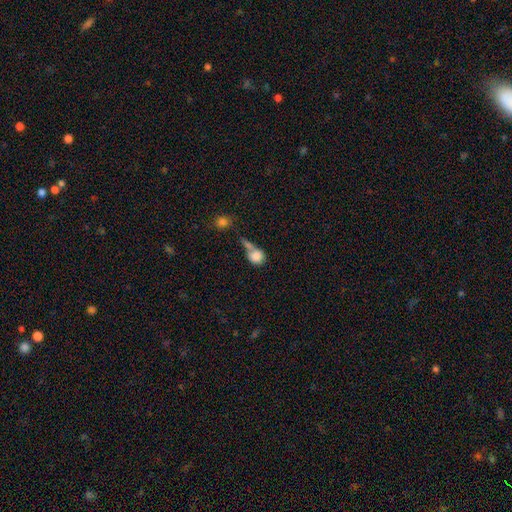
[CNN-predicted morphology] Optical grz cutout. It shows a smooth galaxy with no disk features (80%) that is round (71%). Merging: merger (47%).